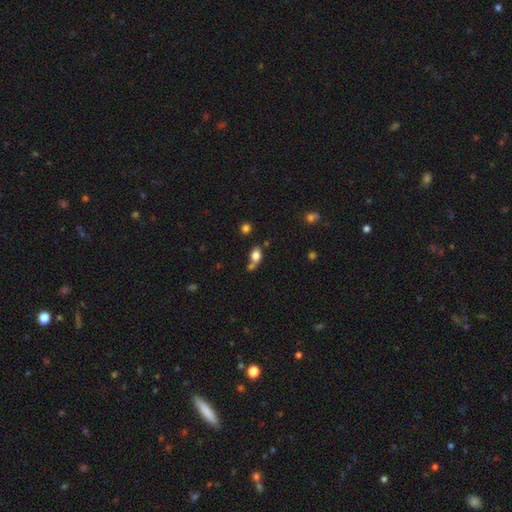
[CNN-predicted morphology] The model was most divided on "merging": none: 44%, merger: 31%, minor disturbance: 16%, major disturbance: 8%. More confident: smooth or featured — smooth (78%); how rounded — in between (68%).